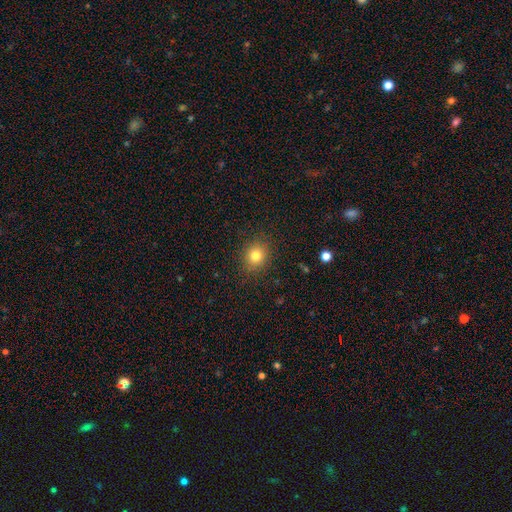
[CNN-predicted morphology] Smooth or featured? smooth (80%)
How rounded? round (76%)
Merging? none (89%)